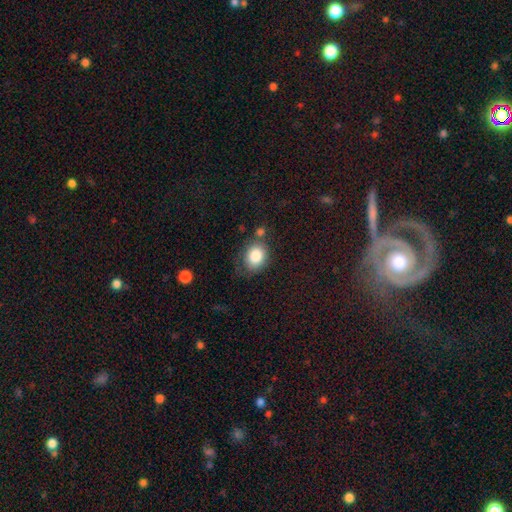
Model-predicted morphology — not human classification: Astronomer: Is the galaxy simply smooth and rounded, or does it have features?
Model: smooth — 83%.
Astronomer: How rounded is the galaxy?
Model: in between — 51% (runner-up: round, 48%).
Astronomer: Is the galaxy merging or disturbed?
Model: none — 63%.